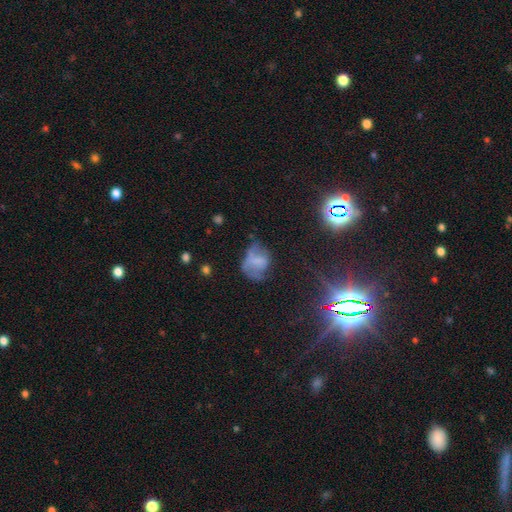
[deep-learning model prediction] smooth_or_featured: smooth (p=0.51) [alt: featured or disk p=0.34]
how_rounded: in between (p=0.58) [alt: round p=0.40]
merging: major disturbance (p=0.33) [alt: none p=0.32]